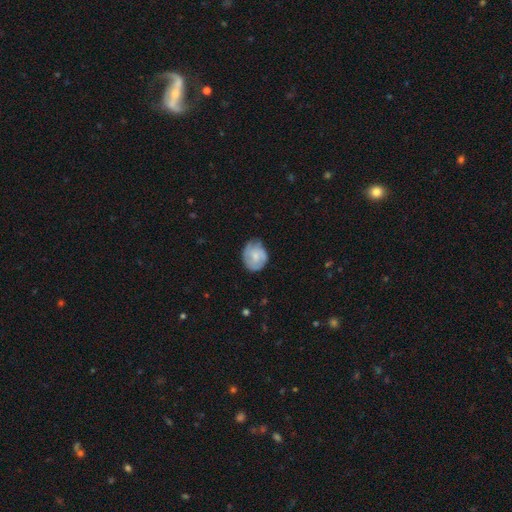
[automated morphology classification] Smooth or featured?
  - smooth: 55% *
  - featured or disk: 38%
  - star or artifact: 7%
How rounded?
  - round: 63% *
  - in between: 37%
  - cigar-shaped: 1%
Merging?
  - none: 59% *
  - minor disturbance: 32%
  - major disturbance: 8%
  - merger: 1%